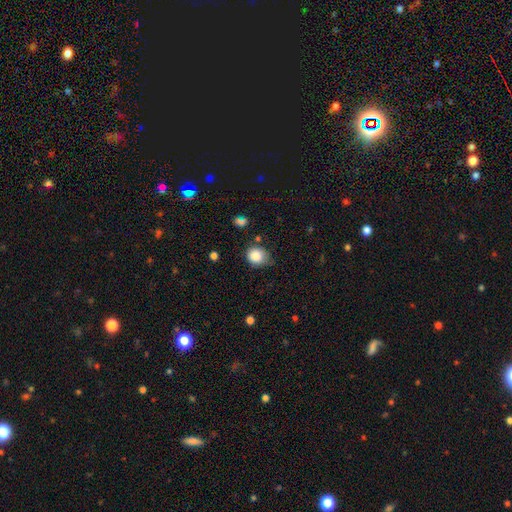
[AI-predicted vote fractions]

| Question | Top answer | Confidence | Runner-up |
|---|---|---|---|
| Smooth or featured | smooth | 85% | star or artifact (9%) |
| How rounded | round | 75% | in between (24%) |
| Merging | none | 60% | minor disturbance (30%) |